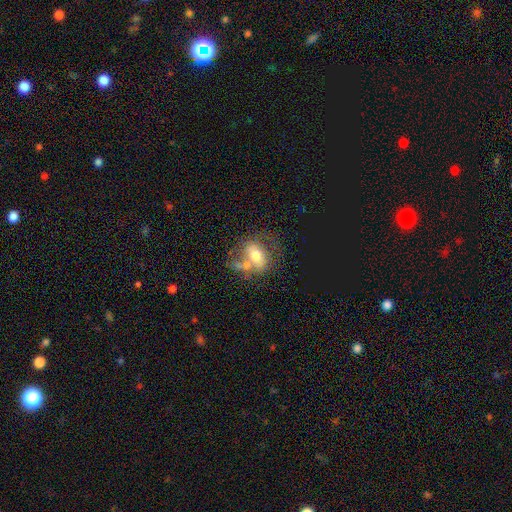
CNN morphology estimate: type=featured or disk (46%); merging=none (33%).